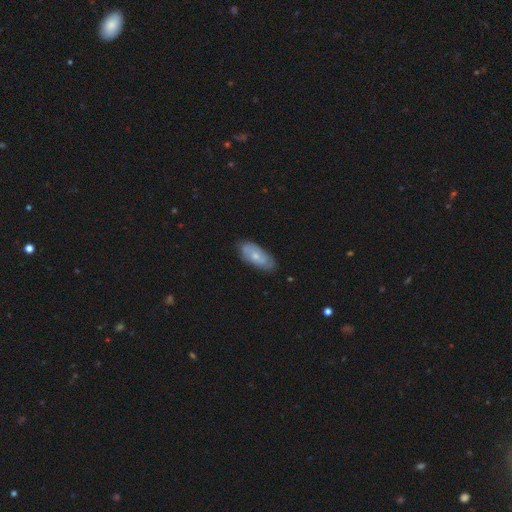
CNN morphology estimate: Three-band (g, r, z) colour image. It shows a featured or disk galaxy (49%). Merging: none (75%).